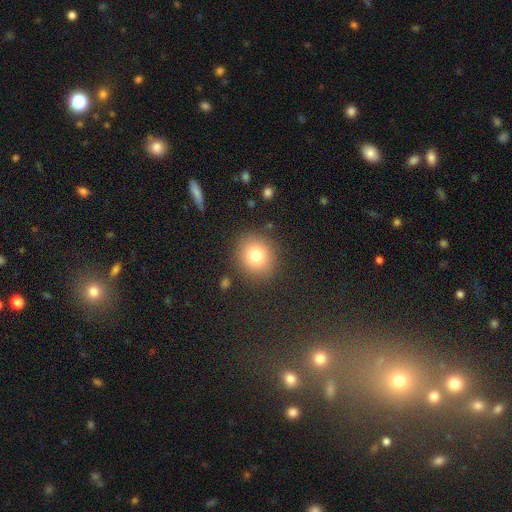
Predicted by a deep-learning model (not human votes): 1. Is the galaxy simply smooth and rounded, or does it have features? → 79% smooth, 12% star or artifact, 9% featured or disk.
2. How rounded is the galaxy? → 79% round, 20% in between, 1% cigar-shaped.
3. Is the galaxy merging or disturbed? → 87% none, 8% minor disturbance, 3% major disturbance, 2% merger.